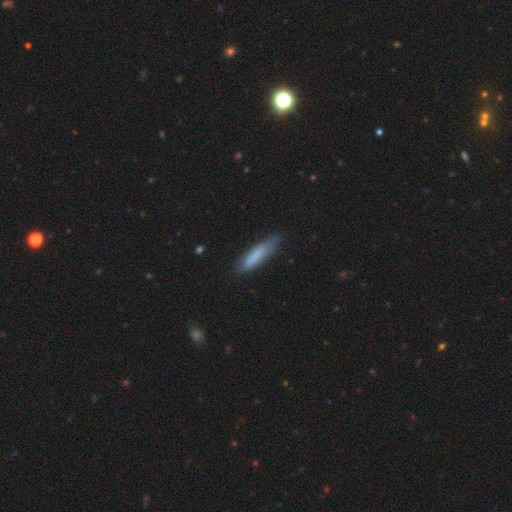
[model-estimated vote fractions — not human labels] This is likely a smooth galaxy (79%). How rounded: likely cigar-shaped (79%). Merging: likely none (76%).